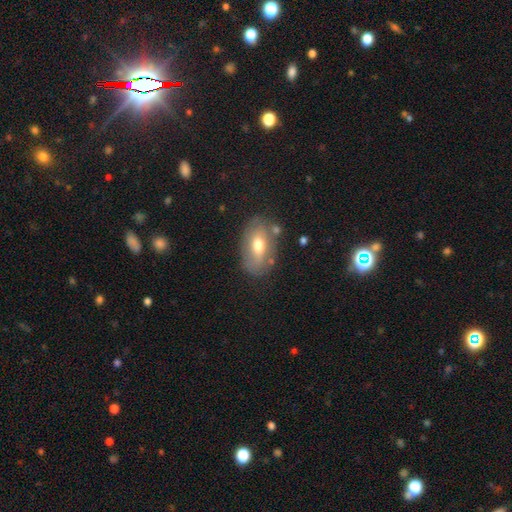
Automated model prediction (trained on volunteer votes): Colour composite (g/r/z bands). It shows a featured or disk galaxy (41%, tied with smooth). Merging: none (76%).